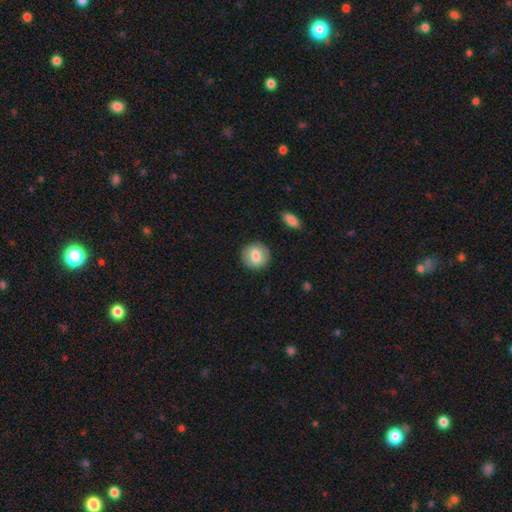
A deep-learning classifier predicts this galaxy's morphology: Smooth or featured: smooth — 71% (featured or disk — 22%)
How rounded: round — 85% (in between — 14%)
Merging: none — 88% (minor disturbance — 8%)